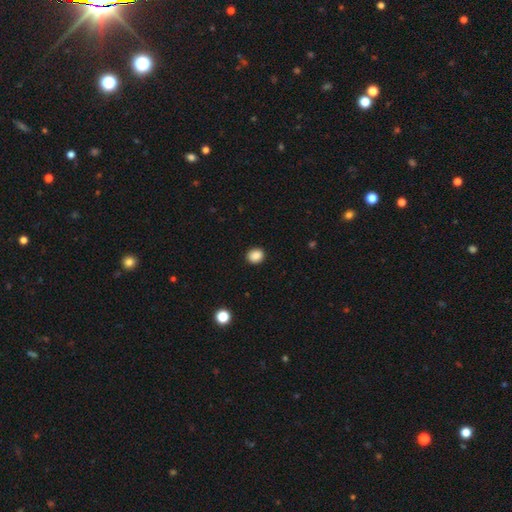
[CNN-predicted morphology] A smooth galaxy with no disk features (88%) that is round (69%).

Vote fractions:
- Smooth or featured? smooth: 88% / star or artifact: 10% / featured or disk: 3%
- How rounded? round: 69% / in between: 30% / cigar-shaped: 1%
- Merging? none: 91% / minor disturbance: 6% / major disturbance: 2% / merger: 1%